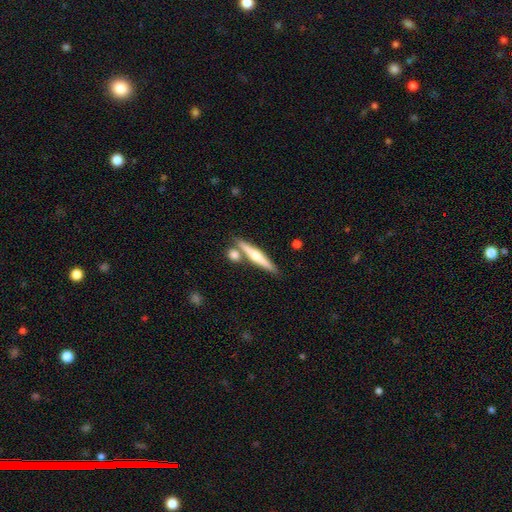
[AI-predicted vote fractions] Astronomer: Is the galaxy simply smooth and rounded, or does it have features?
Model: featured or disk — 58% (runner-up: smooth, 36%).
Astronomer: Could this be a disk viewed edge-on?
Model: yes — 96%.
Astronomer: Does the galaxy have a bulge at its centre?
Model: rounded — 87%.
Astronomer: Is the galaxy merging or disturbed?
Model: none — 73%.